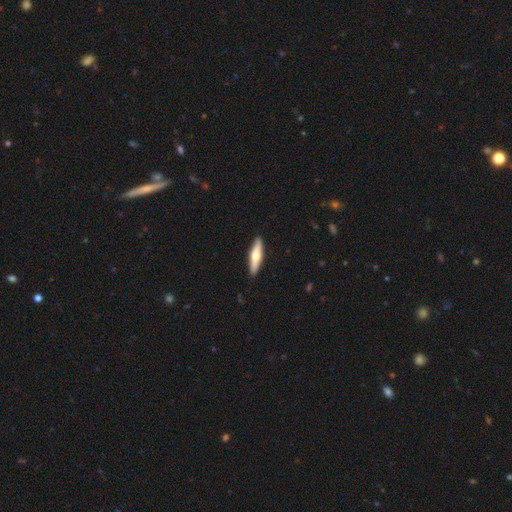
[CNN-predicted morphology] A smooth galaxy with no disk features (51%) that is cigar-shaped (77%).

Vote fractions:
- Smooth or featured? smooth: 51% / featured or disk: 44% / star or artifact: 5%
- How rounded? cigar-shaped: 77% / in between: 21% / round: 2%
- Merging? none: 91% / minor disturbance: 6% / major disturbance: 1% / merger: 1%